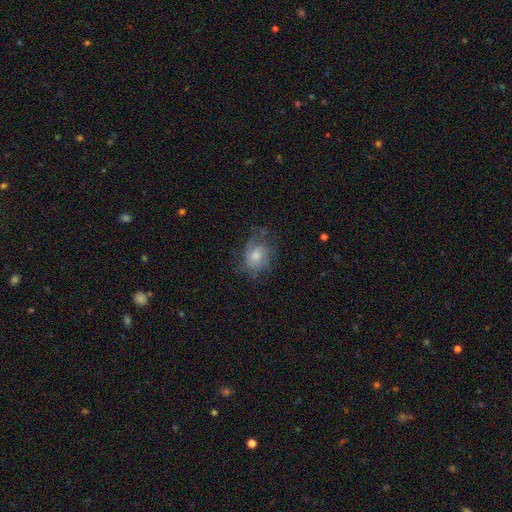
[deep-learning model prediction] Morphology: type=featured or disk (52%); edge-on=no (96%); bar=no (75%); spiral arms=yes (78%); bulge=moderate (51%); merging=none (55%).